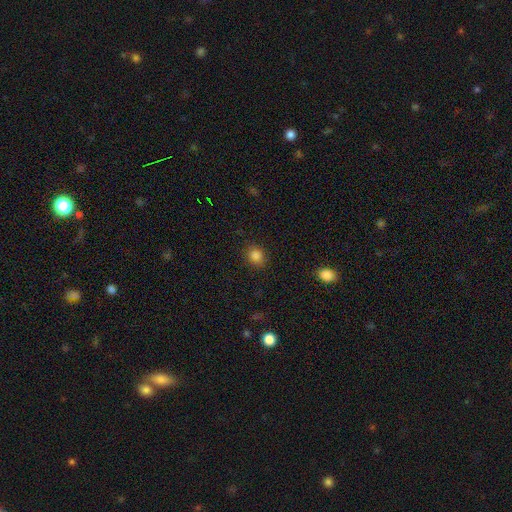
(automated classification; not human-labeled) A smooth galaxy with no disk features (84%) that is round (74%).

Vote fractions:
- Smooth or featured? smooth: 84% / star or artifact: 12% / featured or disk: 4%
- How rounded? round: 74% / in between: 25% / cigar-shaped: 1%
- Merging? none: 88% / minor disturbance: 9% / major disturbance: 3% / merger: 1%